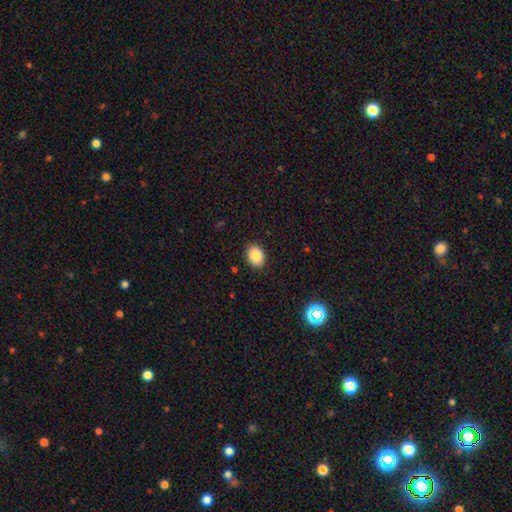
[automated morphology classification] Smooth or featured? Predicted: smooth (p=0.88). How rounded? Predicted: in between (p=0.80). Merging? Predicted: none (p=0.89).